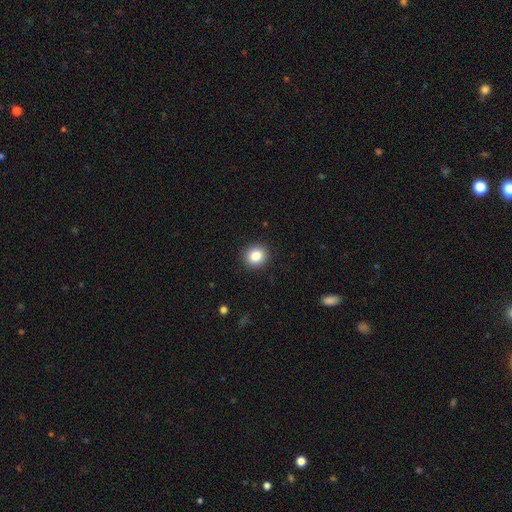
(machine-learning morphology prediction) smooth_or_featured: smooth (p=0.84) [alt: star or artifact p=0.10]
how_rounded: round (p=0.84) [alt: in between p=0.15]
merging: none (p=0.92) [alt: minor disturbance p=0.06]